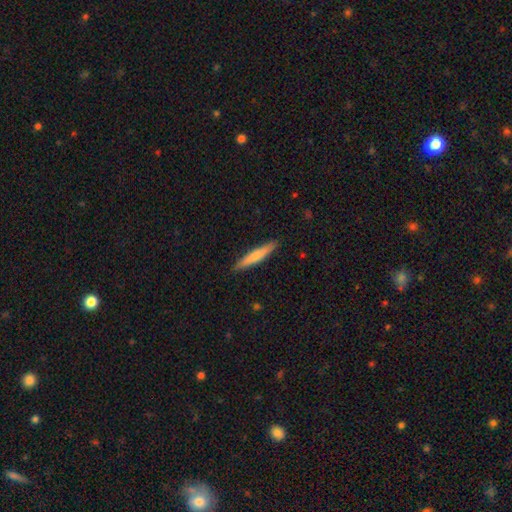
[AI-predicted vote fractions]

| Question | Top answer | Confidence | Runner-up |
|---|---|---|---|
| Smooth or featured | smooth | 69% | featured or disk (26%) |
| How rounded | cigar-shaped | 93% | in between (6%) |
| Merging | none | 89% | minor disturbance (8%) |